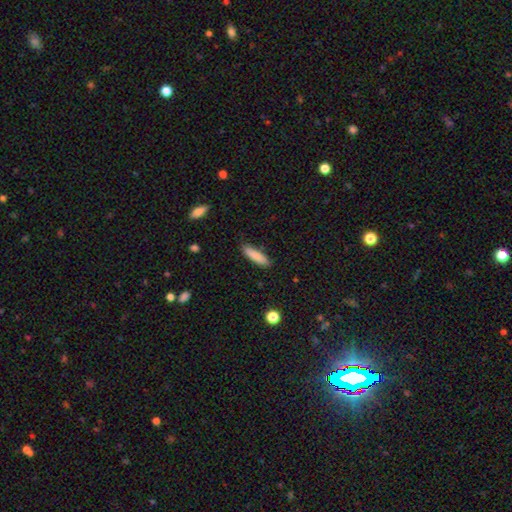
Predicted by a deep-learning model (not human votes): A smooth galaxy with no disk features (84%) that is cigar-shaped (72%). Merging: none (86%).